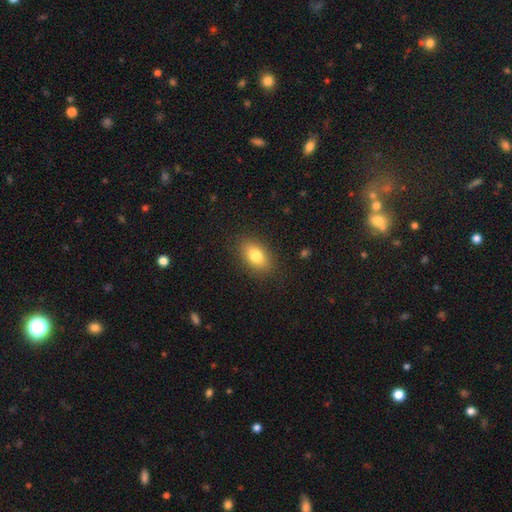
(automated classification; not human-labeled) A smooth galaxy with no disk features (79%) that is in between round and cigar-shaped (87%). Merging: none (86%).